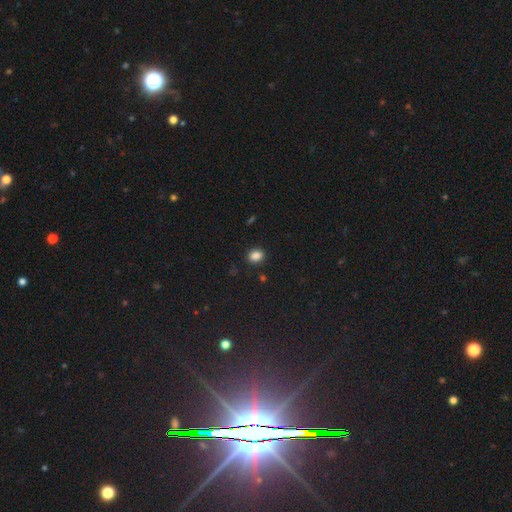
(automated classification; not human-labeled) smooth-or-featured: smooth: 85% | star or artifact: 11% | featured or disk: 4%
  how-rounded: in between: 56% | round: 42% | cigar-shaped: 1%
  merging: none: 87% | minor disturbance: 9% | major disturbance: 2% | merger: 2%